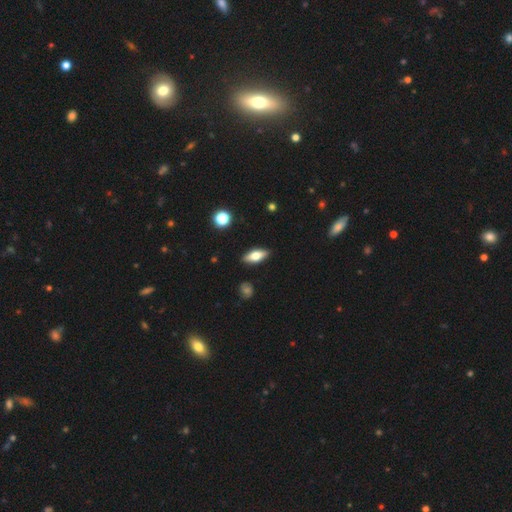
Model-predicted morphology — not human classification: A smooth galaxy with no disk features (64%) that is in between round and cigar-shaped (72%).

Vote fractions:
- Smooth or featured? smooth: 64% / featured or disk: 29% / star or artifact: 7%
- How rounded? in between: 72% / cigar-shaped: 24% / round: 4%
- Merging? none: 87% / minor disturbance: 9% / major disturbance: 2% / merger: 1%